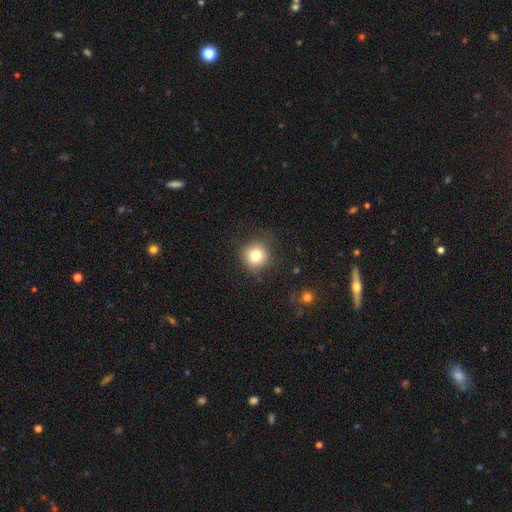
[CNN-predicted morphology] Overall: smooth (79%). How rounded: round (93%). Merging: none (85%).